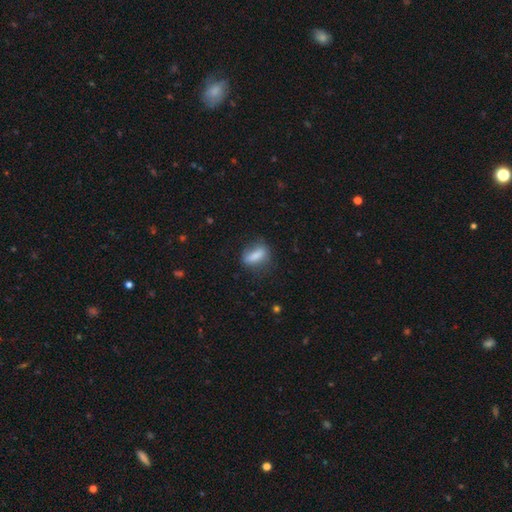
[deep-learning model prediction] Smooth or featured? Predicted: smooth (p=0.77). How rounded? Predicted: in between (p=0.70). Merging? Predicted: none (p=0.63).